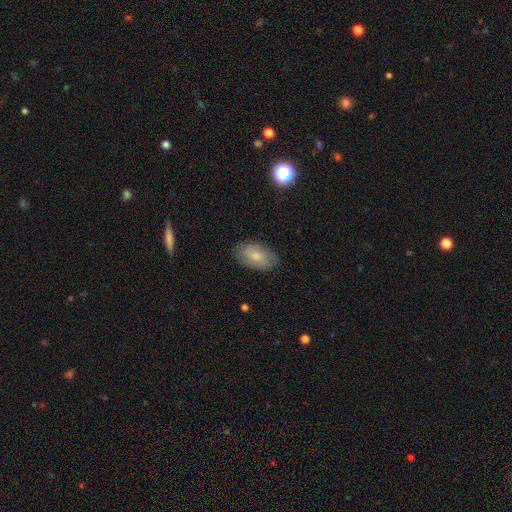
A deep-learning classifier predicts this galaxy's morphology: smooth 70%, featured or disk 22%, star or artifact 8%. Down the decision tree: how rounded — in between (93%); merging — none (82%).